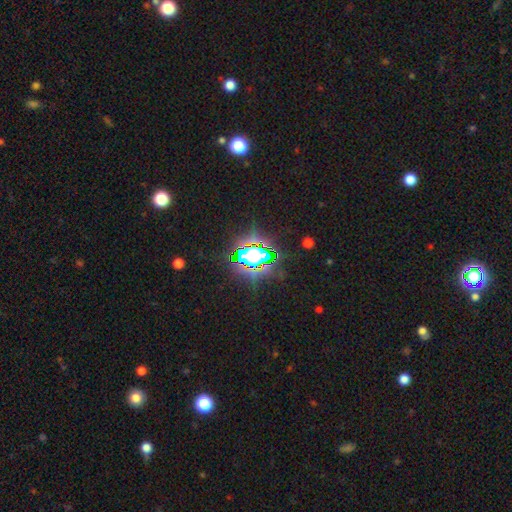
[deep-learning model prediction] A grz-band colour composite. It shows a star or artifact, not a galaxy (77%).